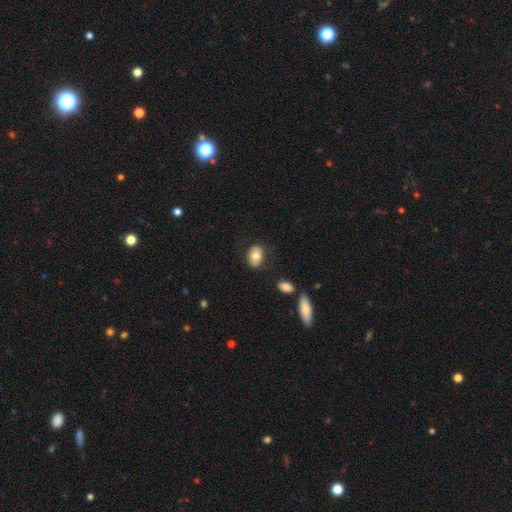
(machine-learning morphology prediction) smooth 74%, featured or disk 19%, star or artifact 7%. Down the decision tree: how rounded — in between (75%); merging — none (79%).